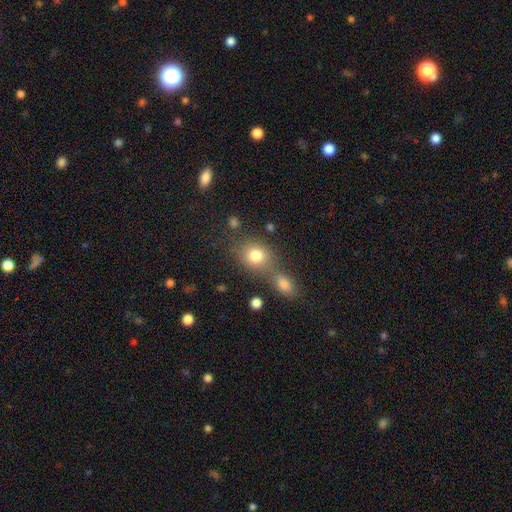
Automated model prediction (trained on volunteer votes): This is likely a smooth galaxy (79%). How rounded: likely round (63%). Merging: possibly none (52%).